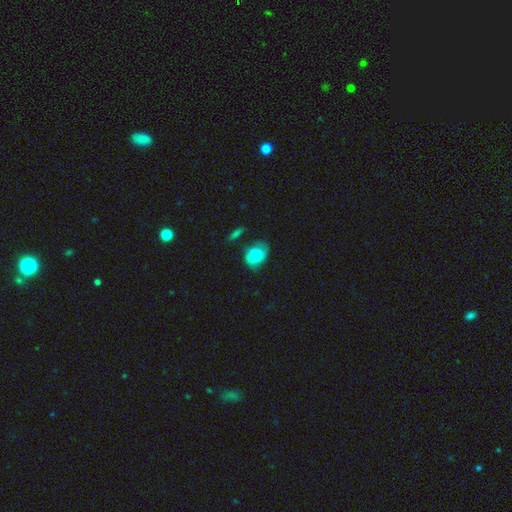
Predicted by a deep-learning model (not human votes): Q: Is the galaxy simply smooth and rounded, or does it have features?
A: smooth — 73%.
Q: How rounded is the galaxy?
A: in between — 63%.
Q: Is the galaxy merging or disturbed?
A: none — 52%.